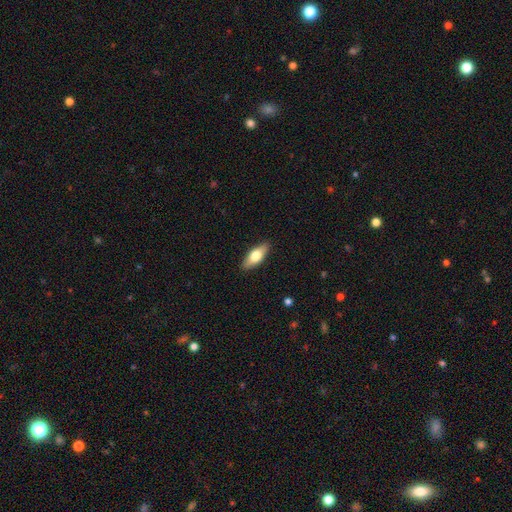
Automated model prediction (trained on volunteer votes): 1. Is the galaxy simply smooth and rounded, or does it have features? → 64% smooth, 30% featured or disk, 6% star or artifact.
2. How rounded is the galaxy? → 75% in between, 23% cigar-shaped, 3% round.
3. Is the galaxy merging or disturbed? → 88% none, 9% minor disturbance, 2% major disturbance, 1% merger.